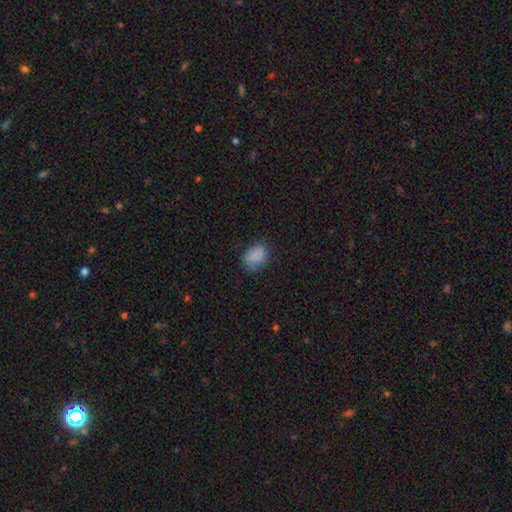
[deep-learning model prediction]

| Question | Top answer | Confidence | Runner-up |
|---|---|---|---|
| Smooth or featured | smooth | 85% | star or artifact (10%) |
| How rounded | in between | 76% | round (22%) |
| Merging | none | 67% | minor disturbance (25%) |